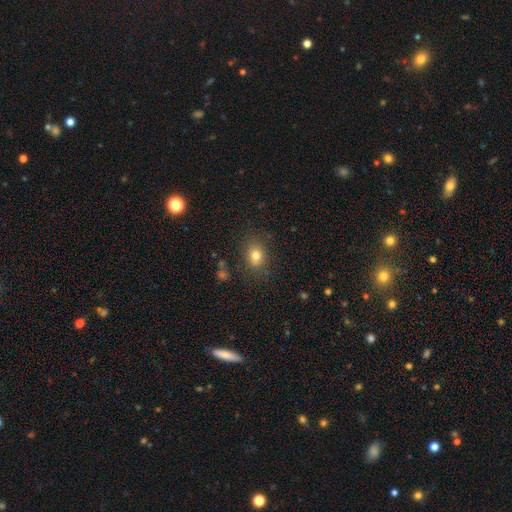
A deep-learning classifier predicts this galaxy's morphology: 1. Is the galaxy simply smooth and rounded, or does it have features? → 77% smooth, 13% star or artifact, 10% featured or disk.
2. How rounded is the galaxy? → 51% in between, 47% round, 1% cigar-shaped.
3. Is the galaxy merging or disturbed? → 81% none, 12% minor disturbance, 4% major disturbance, 2% merger.